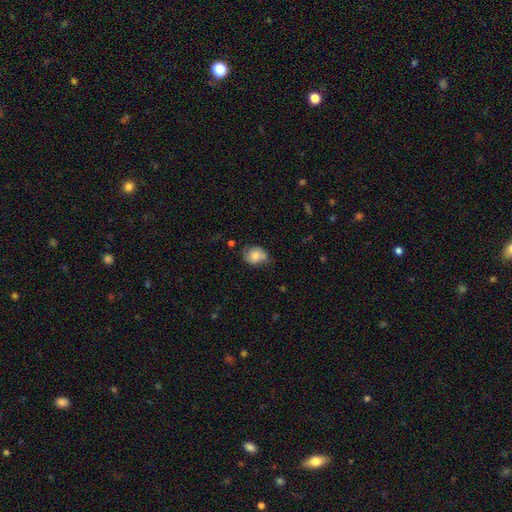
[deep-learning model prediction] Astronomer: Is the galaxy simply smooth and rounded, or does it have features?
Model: smooth — 60%.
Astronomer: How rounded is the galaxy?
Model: round — 54% (runner-up: in between, 45%).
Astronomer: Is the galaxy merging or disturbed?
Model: none — 50% (runner-up: minor disturbance, 32%).